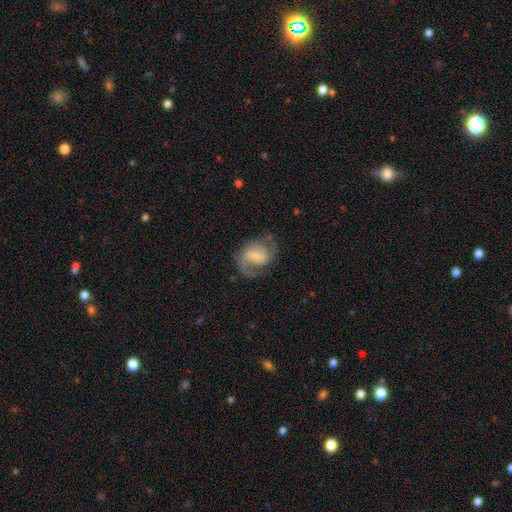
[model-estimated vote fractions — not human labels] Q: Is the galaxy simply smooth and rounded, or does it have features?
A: featured or disk — 80%.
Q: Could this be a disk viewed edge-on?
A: no — 98%.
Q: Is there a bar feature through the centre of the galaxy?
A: weak — 54%.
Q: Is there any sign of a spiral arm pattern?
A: yes — 95%.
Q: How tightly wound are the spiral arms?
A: medium — 52%.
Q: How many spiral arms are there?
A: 2 — 79%.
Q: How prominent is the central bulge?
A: small — 44%.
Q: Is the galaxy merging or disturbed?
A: none — 66%.